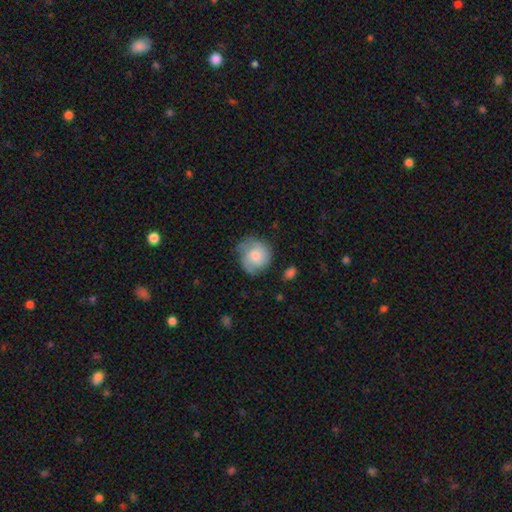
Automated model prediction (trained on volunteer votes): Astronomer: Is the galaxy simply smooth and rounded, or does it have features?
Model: smooth — 56% (runner-up: featured or disk, 37%).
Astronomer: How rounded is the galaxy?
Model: round — 83%.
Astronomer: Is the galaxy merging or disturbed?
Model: none — 64%.